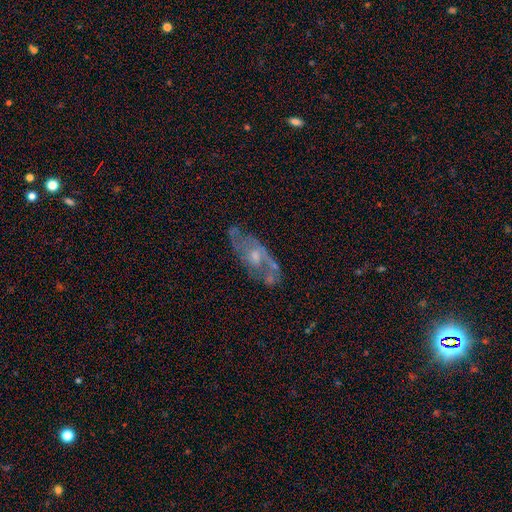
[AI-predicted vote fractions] featured or disk 71%, smooth 20%, star or artifact 8%. Down the decision tree: edge-on disk — no (88%); bar — no (64%); spiral arms — yes (67%); bulge size — small (46%); merging — none (58%).